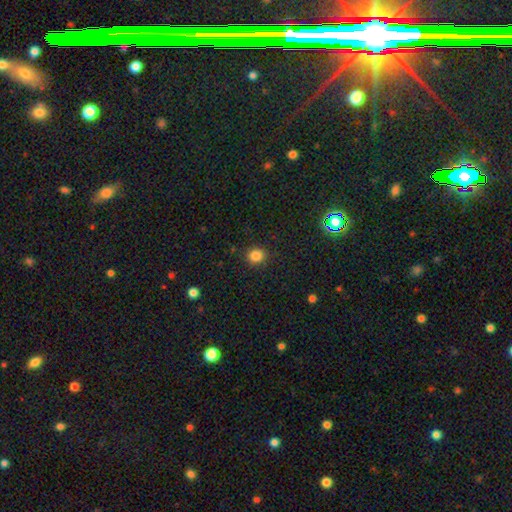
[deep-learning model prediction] A smooth galaxy with no disk features (83%) that is round (79%). Merging: none (89%).